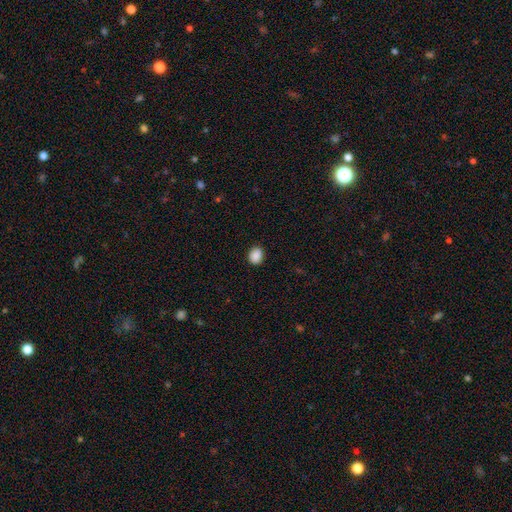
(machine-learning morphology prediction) This appears to be a smooth galaxy with no disk features (89%) that is round (52%). Merging: none (89%).